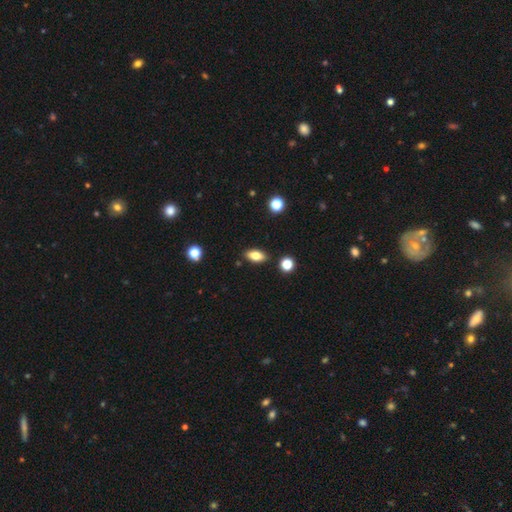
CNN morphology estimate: A smooth galaxy with no disk features (78%) that is in between round and cigar-shaped (88%). Merging: none (86%).